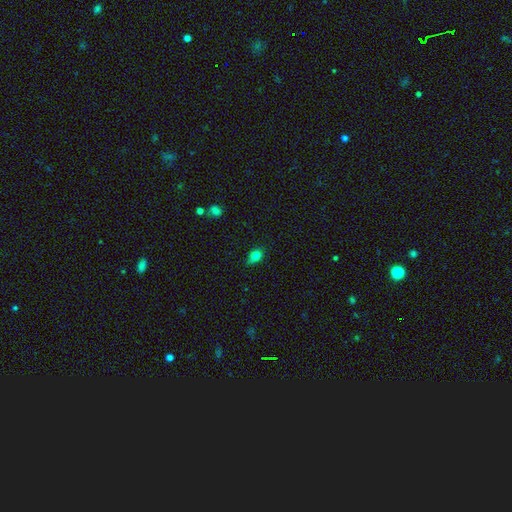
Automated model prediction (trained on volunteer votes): Smooth or featured? Predicted: smooth (p=0.80). How rounded? Predicted: in between (p=0.52). Merging? Predicted: none (p=0.60).